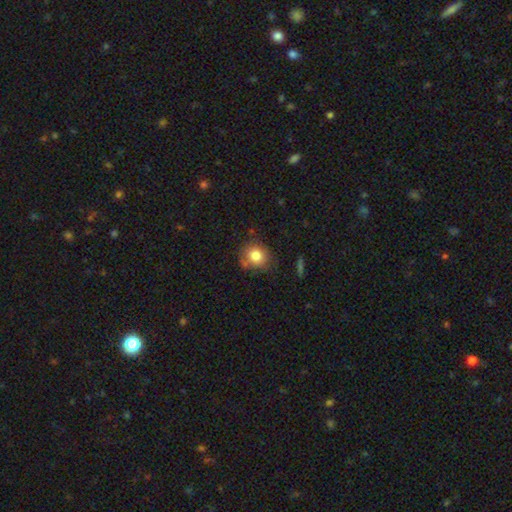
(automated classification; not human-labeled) Smooth or featured? smooth (80%)
How rounded? round (78%)
Merging? none (75%)